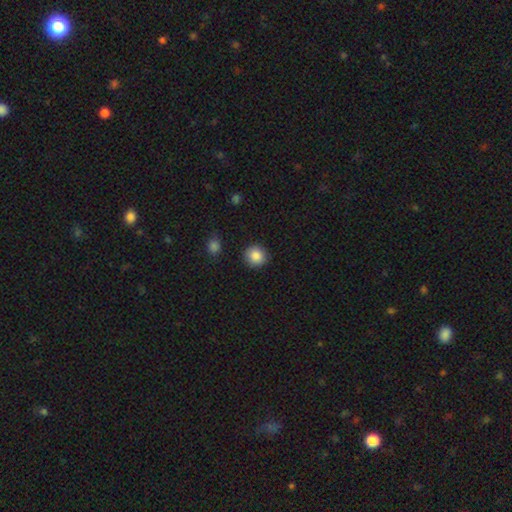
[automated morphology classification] Smooth or featured? smooth (87%)
How rounded? round (91%)
Merging? none (89%)